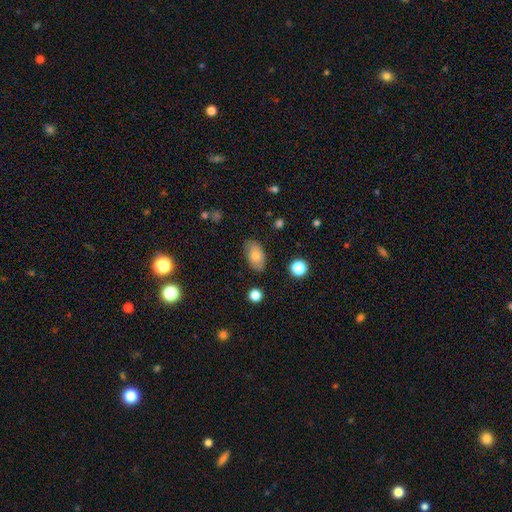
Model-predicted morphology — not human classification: Smooth or featured? smooth (78%)
How rounded? in between (92%)
Merging? none (79%)